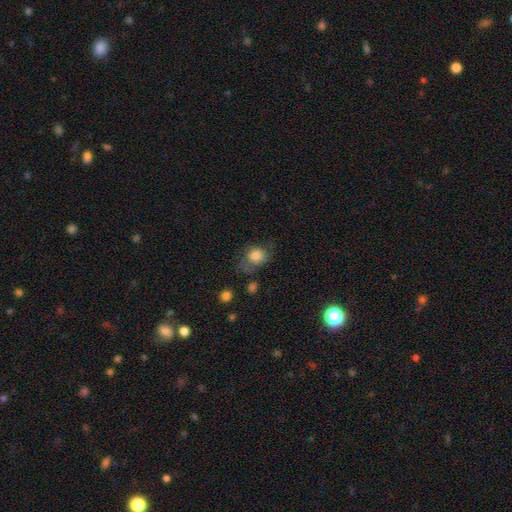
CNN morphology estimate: Smooth or featured? smooth (78%)
How rounded? round (67%)
Merging? none (49%)